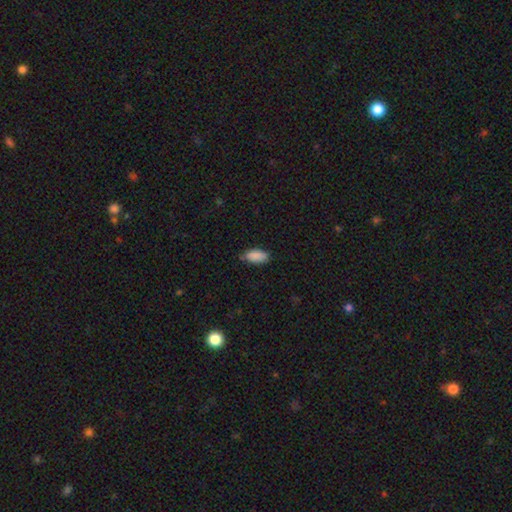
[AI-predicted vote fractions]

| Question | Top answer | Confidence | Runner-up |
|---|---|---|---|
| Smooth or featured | smooth | 88% | star or artifact (7%) |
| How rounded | in between | 89% | cigar-shaped (9%) |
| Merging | none | 68% | minor disturbance (27%) |